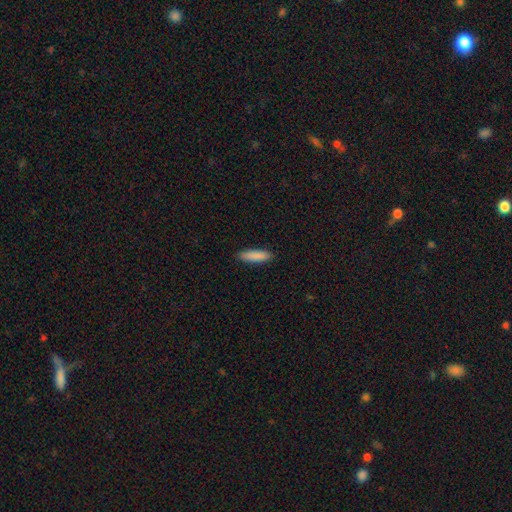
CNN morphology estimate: Smooth or featured?
  - smooth: 89% *
  - star or artifact: 6%
  - featured or disk: 6%
How rounded?
  - cigar-shaped: 67% *
  - in between: 31%
  - round: 1%
Merging?
  - none: 90% *
  - minor disturbance: 8%
  - major disturbance: 2%
  - merger: 1%